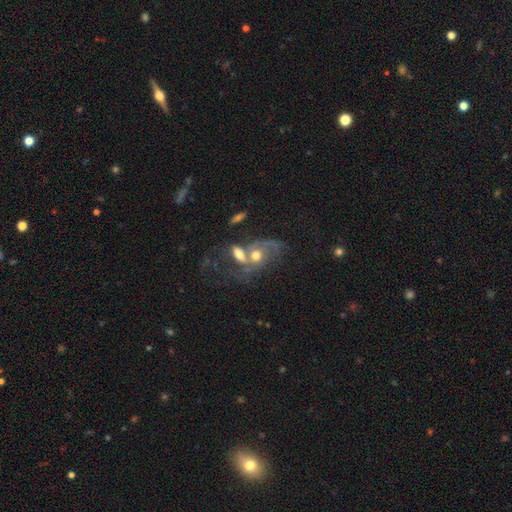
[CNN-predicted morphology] Smooth or featured?
  - featured or disk: 56% *
  - smooth: 34%
  - star or artifact: 10%
Edge-on disk?
  - no: 93% *
  - yes: 7%
Bar?
  - no: 76% *
  - weak: 19%
  - strong: 5%
Spiral arms?
  - yes: 67% *
  - no: 33%
Bulge size?
  - moderate: 61% *
  - large: 20%
  - small: 13%
  - none: 3%
  - dominant: 3%
Merging?
  - merger: 61% *
  - major disturbance: 16%
  - none: 15%
  - minor disturbance: 8%